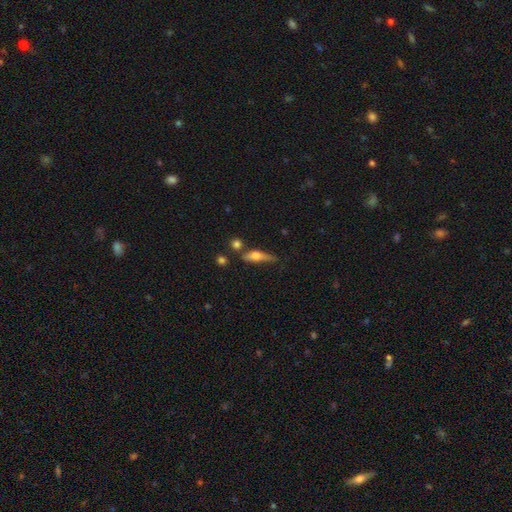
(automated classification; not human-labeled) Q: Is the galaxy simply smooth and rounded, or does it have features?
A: smooth — 55%.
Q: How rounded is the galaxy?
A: cigar-shaped — 65%.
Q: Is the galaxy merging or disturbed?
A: none — 51%.